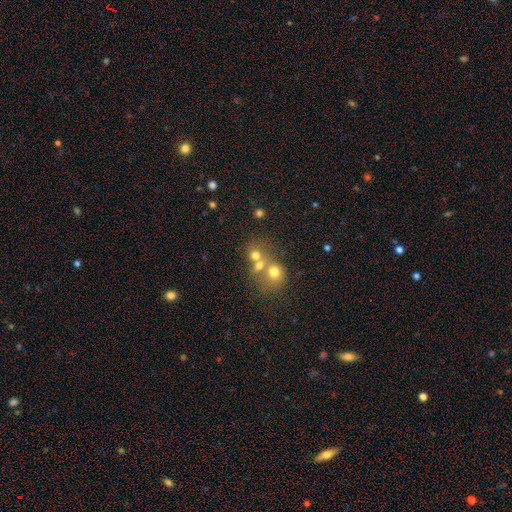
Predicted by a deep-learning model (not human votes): Morphology: type=smooth (66%); roundness=round (74%); merging=merger (56%).